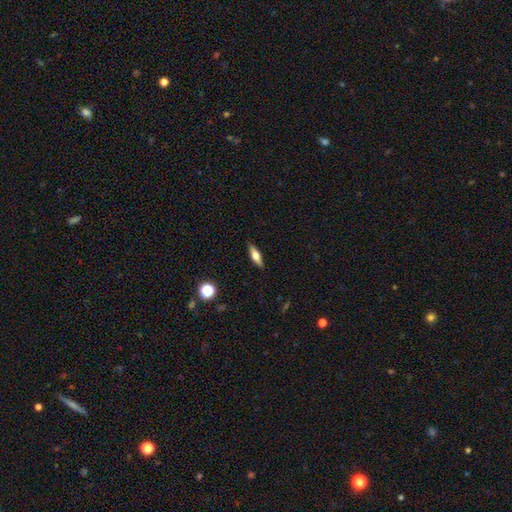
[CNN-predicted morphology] This appears to be a smooth galaxy with no disk features (49%). Merging: none (88%).